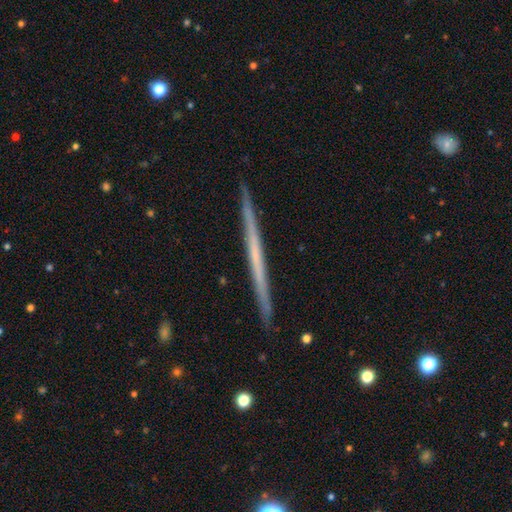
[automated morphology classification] This appears to be a featured or disk galaxy (61%) viewed edge-on (98%) with no central bulge (91%). Merging: none (92%).